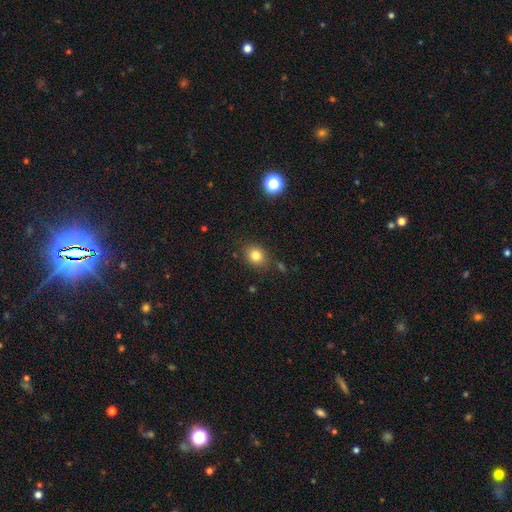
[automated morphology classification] smooth-or-featured: smooth: 80% | star or artifact: 12% | featured or disk: 7%
  how-rounded: round: 64% | in between: 35% | cigar-shaped: 1%
  merging: none: 82% | minor disturbance: 12% | merger: 3% | major disturbance: 3%